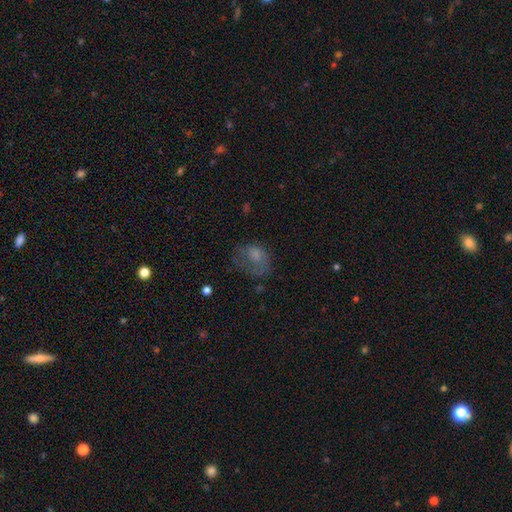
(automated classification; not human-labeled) This is possibly a smooth galaxy (55%). How rounded: likely in between (64%). Merging: marginally major disturbance (40%).